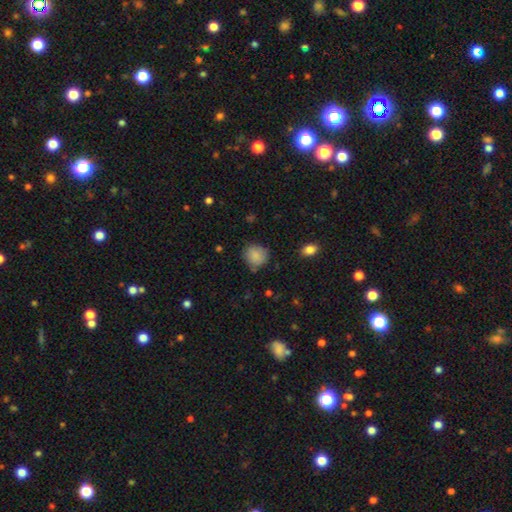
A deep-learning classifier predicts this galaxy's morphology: Q: Smooth or featured?
A: smooth (85%); runner-up: star or artifact (9%)
Q: How rounded?
A: round (84%); runner-up: in between (15%)
Q: Merging?
A: none (77%); runner-up: minor disturbance (17%)